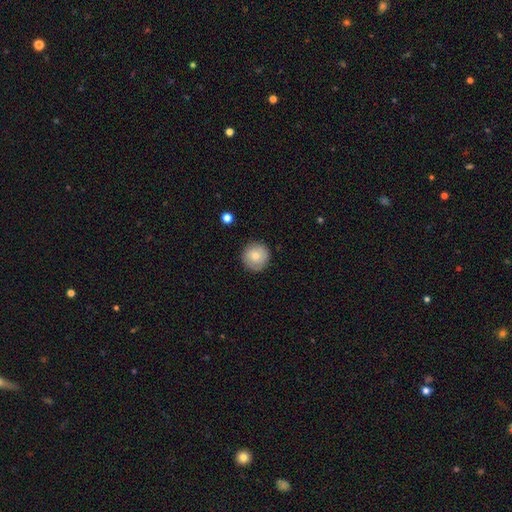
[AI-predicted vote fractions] Overall: smooth (74%). How rounded: round (95%). Merging: none (87%).